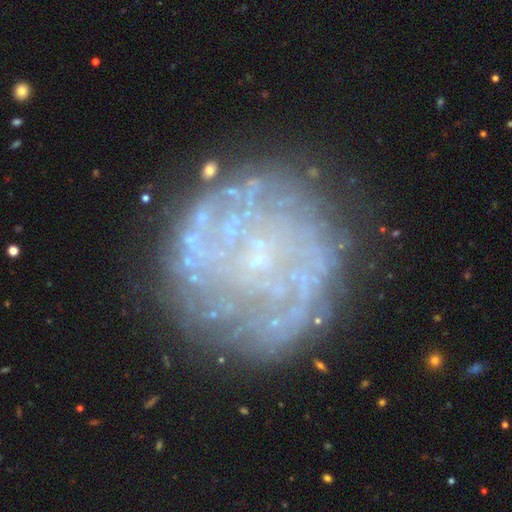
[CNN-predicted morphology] Smooth or featured?
  - featured or disk: 69% *
  - smooth: 18%
  - star or artifact: 12%
Edge-on disk?
  - no: 97% *
  - yes: 3%
Bar?
  - no: 83% *
  - weak: 13%
  - strong: 4%
Spiral arms?
  - yes: 54% *
  - no: 46%
Bulge size?
  - small: 64% *
  - none: 26%
  - moderate: 7%
  - large: 1%
  - dominant: 1%
Merging?
  - none: 74% *
  - minor disturbance: 15%
  - major disturbance: 9%
  - merger: 3%